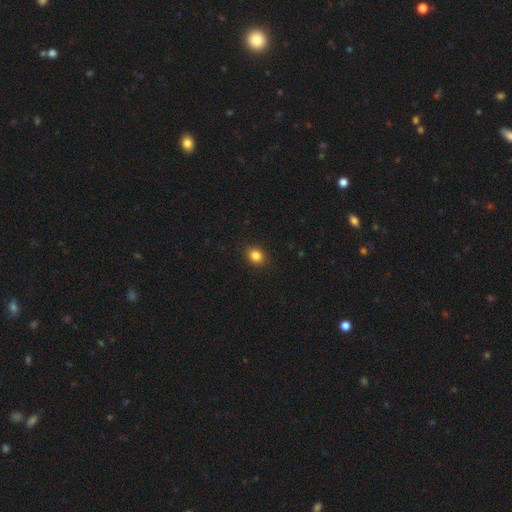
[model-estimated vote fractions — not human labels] Smooth or featured? smooth (84%)
How rounded? round (59%)
Merging? none (90%)